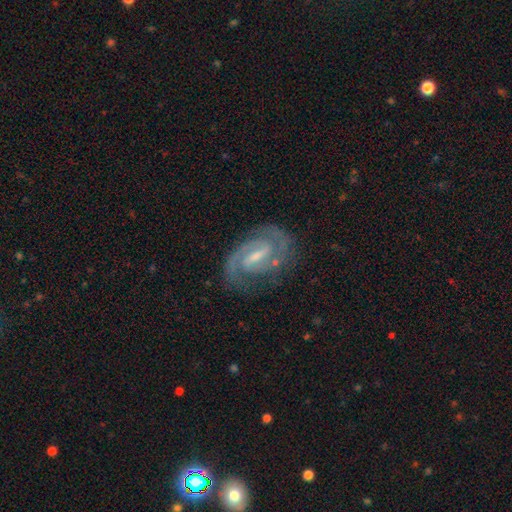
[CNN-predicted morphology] Overall: featured or disk (89%). Edge-on disk: no (97%). Bar: weak (48%; strong 41%). Spiral arms: yes (97%). Spiral arm count: 2 (86%). Spiral winding: medium (47%; tight 44%). Bulge size: small (54%; moderate 30%). Merging: none (77%).